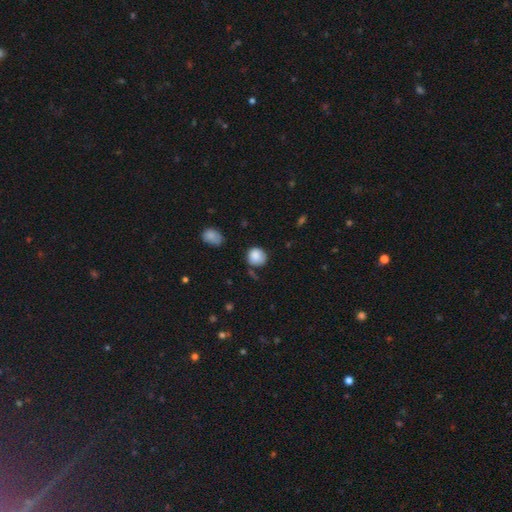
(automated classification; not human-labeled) Smooth or featured?
  - smooth: 86% *
  - star or artifact: 8%
  - featured or disk: 6%
How rounded?
  - round: 84% *
  - in between: 15%
  - cigar-shaped: 1%
Merging?
  - none: 66% *
  - minor disturbance: 25%
  - major disturbance: 6%
  - merger: 4%